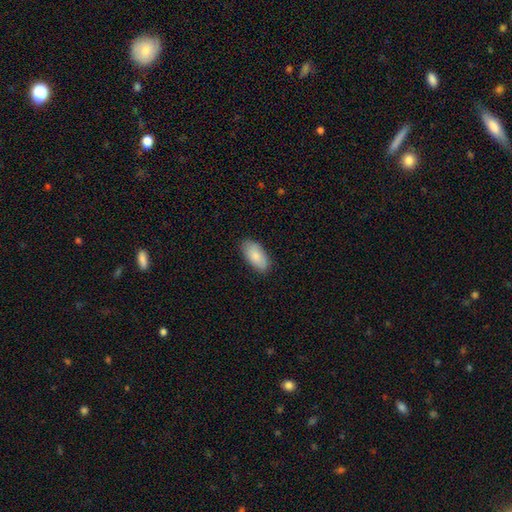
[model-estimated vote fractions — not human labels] Smooth or featured?
  - smooth: 85% *
  - featured or disk: 9%
  - star or artifact: 6%
How rounded?
  - in between: 94% *
  - cigar-shaped: 4%
  - round: 2%
Merging?
  - none: 85% *
  - minor disturbance: 12%
  - major disturbance: 2%
  - merger: 1%